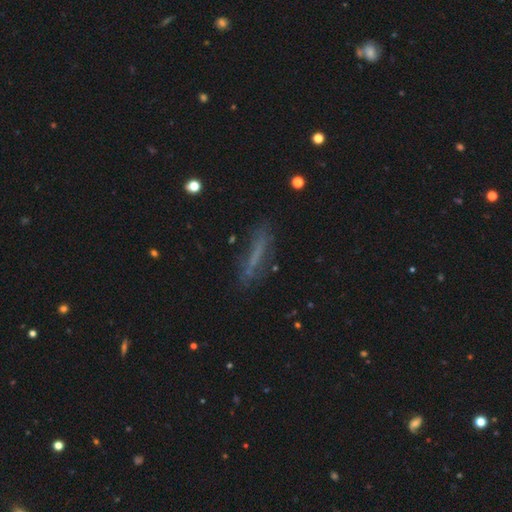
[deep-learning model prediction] Overall: smooth (50%; featured or disk 37%). How rounded: cigar-shaped (85%). Merging: none (71%).